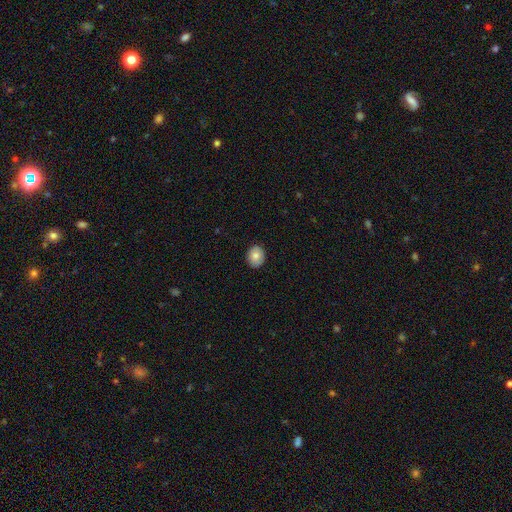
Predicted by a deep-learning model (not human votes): Overall: smooth (80%). How rounded: round (59%; in between 40%). Merging: none (89%).